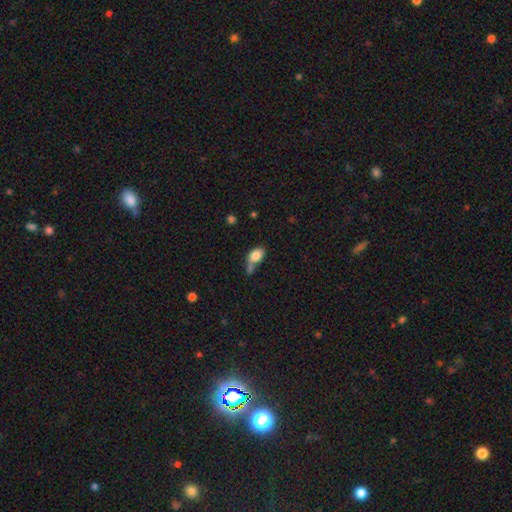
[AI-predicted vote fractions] smooth-or-featured: smooth: 79% | featured or disk: 12% | star or artifact: 8%
  how-rounded: in between: 81% | round: 16% | cigar-shaped: 3%
  merging: merger: 34% | none: 31% | minor disturbance: 22% | major disturbance: 13%